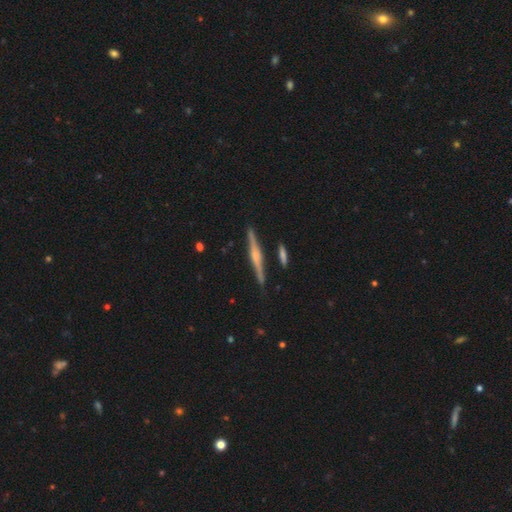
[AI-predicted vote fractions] Smooth or featured?
  - featured or disk: 76% *
  - smooth: 19%
  - star or artifact: 6%
Edge-on disk?
  - yes: 98% *
  - no: 2%
Edge-on bulge?
  - rounded: 67% *
  - boxy: 20%
  - none: 13%
Merging?
  - none: 88% *
  - minor disturbance: 8%
  - merger: 3%
  - major disturbance: 2%